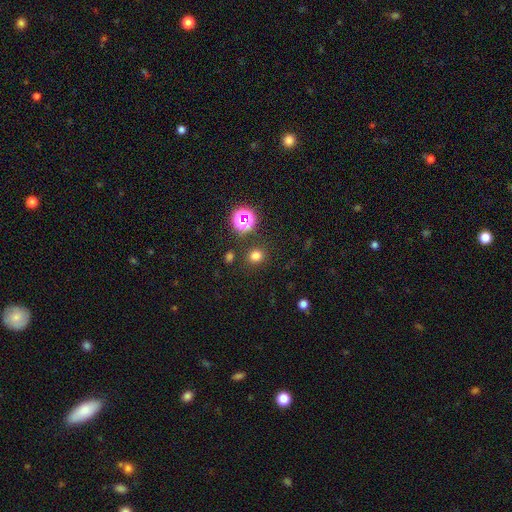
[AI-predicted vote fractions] smooth 73%, star or artifact 21%, featured or disk 5%. Down the decision tree: how rounded — round (79%); merging — none (86%).